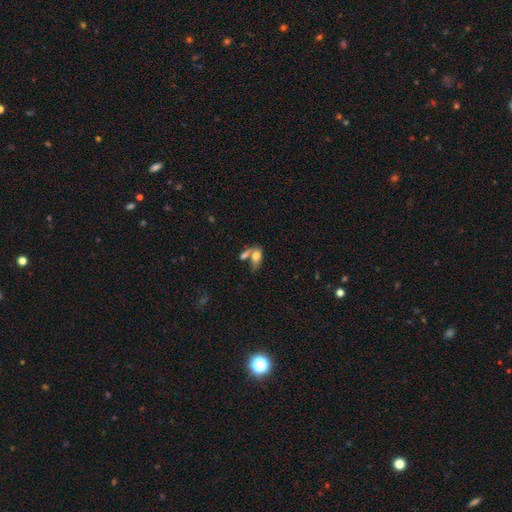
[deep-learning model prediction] A smooth galaxy with no disk features (73%) that is in between round and cigar-shaped (86%). Merging: merger (51%).